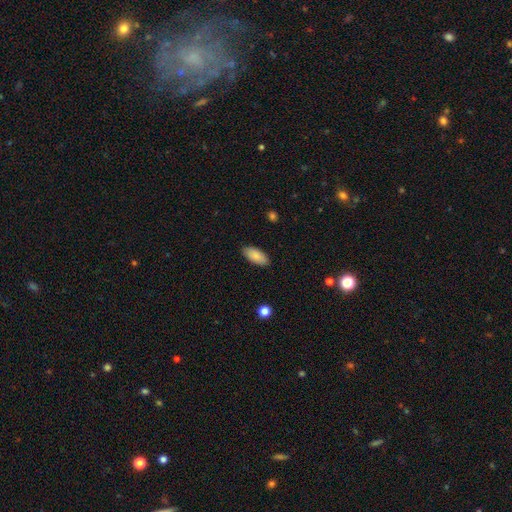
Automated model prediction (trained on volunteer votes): This appears to be a smooth galaxy with no disk features (87%) that is in between round and cigar-shaped (90%). Merging: none (87%).